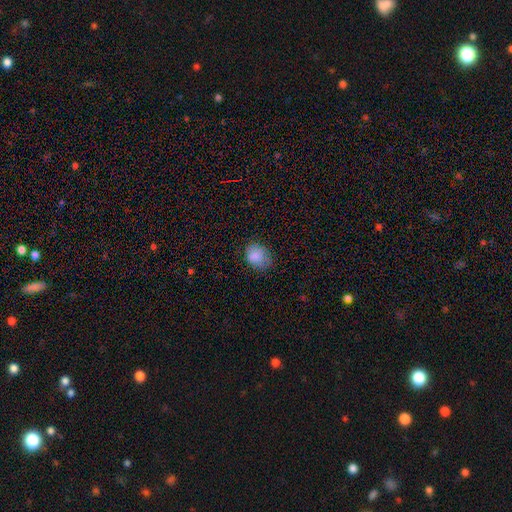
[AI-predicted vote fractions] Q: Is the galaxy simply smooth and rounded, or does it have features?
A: smooth — 84%.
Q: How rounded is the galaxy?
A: in between — 59%.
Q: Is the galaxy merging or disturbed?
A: none — 68%.